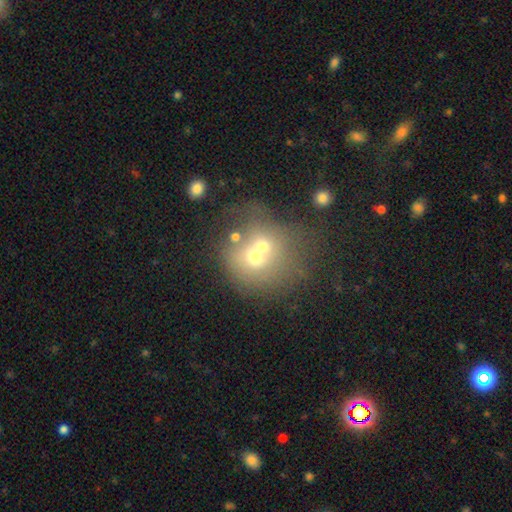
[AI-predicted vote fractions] Overall: smooth (54%; featured or disk 28%). How rounded: round (79%). Merging: merger (60%; none 26%).